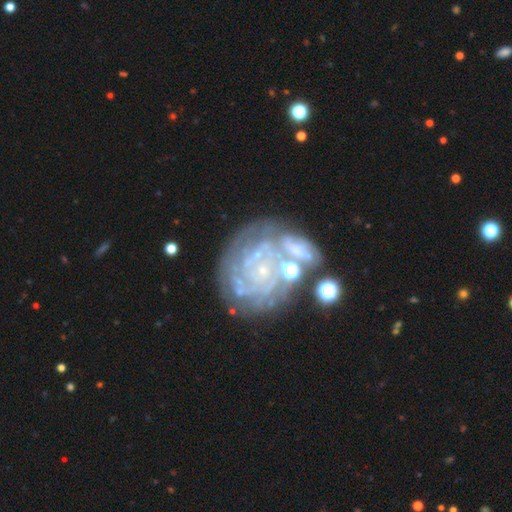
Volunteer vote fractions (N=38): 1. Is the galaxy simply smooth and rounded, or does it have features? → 87% featured or disk, 11% smooth, 3% star or artifact.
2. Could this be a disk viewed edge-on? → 94% no, 6% yes.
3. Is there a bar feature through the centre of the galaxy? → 84% no, 16% weak, 0% strong.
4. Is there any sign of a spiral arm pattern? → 90% yes, 10% no.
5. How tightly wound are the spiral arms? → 64% tight, 21% loose, 14% medium.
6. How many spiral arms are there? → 68% can't tell, 11% 2, 11% 4, 7% 3, 4% more than 4, 0% 1.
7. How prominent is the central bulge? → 74% small, 19% none, 6% moderate, 0% dominant, 0% large.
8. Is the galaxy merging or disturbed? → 32% merger, 24% major disturbance, 22% none, 22% minor disturbance.